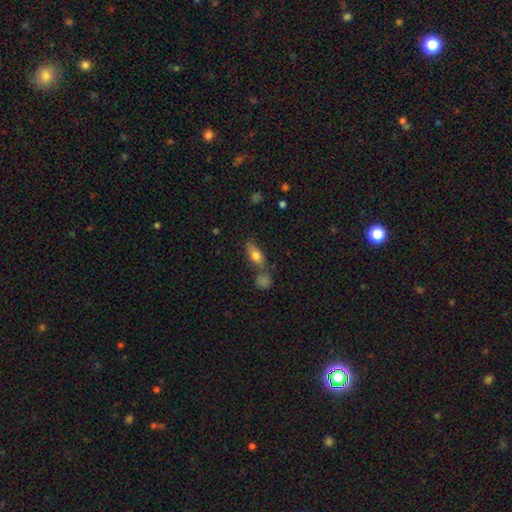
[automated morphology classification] Smooth or featured: smooth — 72% (featured or disk — 20%)
How rounded: in between — 72% (cigar-shaped — 22%)
Merging: none — 62% (merger — 17%)